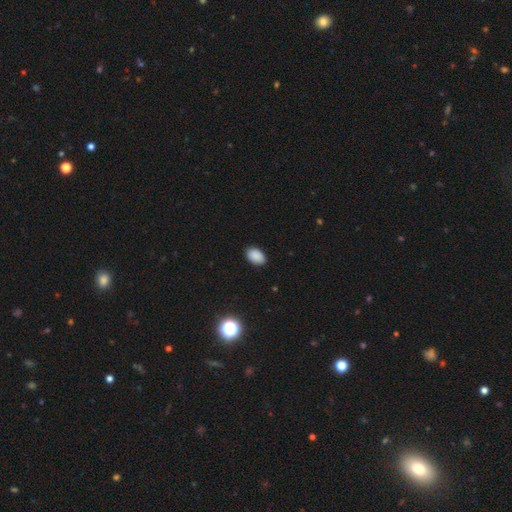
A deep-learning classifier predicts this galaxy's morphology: Smooth or featured?
  - smooth: 88% *
  - star or artifact: 9%
  - featured or disk: 3%
How rounded?
  - in between: 89% *
  - round: 10%
  - cigar-shaped: 1%
Merging?
  - none: 89% *
  - minor disturbance: 8%
  - major disturbance: 2%
  - merger: 1%